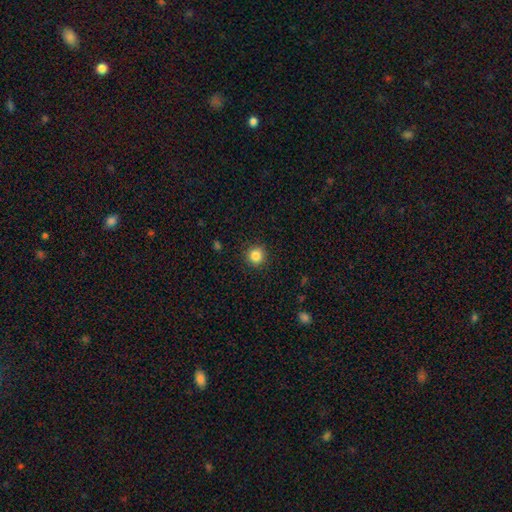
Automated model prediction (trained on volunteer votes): Morphology: type=smooth (85%); roundness=round (94%); merging=none (91%).